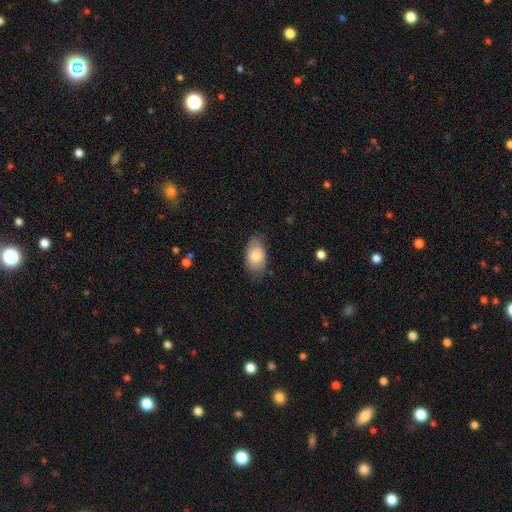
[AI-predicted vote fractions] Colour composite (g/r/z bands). It shows a smooth galaxy with no disk features (77%) that is in between round and cigar-shaped (90%). Merging: none (72%).